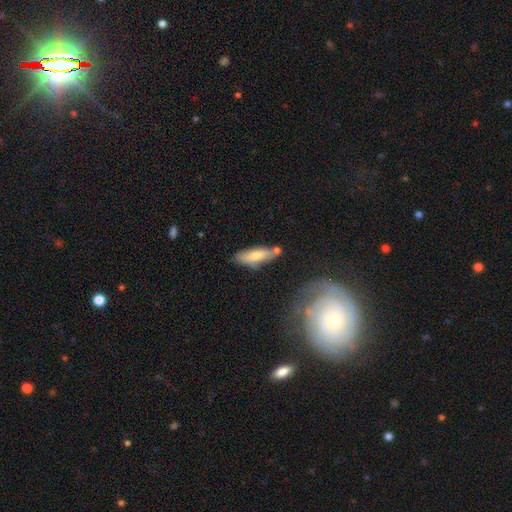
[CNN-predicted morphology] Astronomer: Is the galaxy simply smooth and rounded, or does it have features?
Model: smooth — 68%.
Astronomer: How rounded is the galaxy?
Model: cigar-shaped — 53% (runner-up: in between, 45%).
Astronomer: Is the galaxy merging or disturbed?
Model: none — 64%.